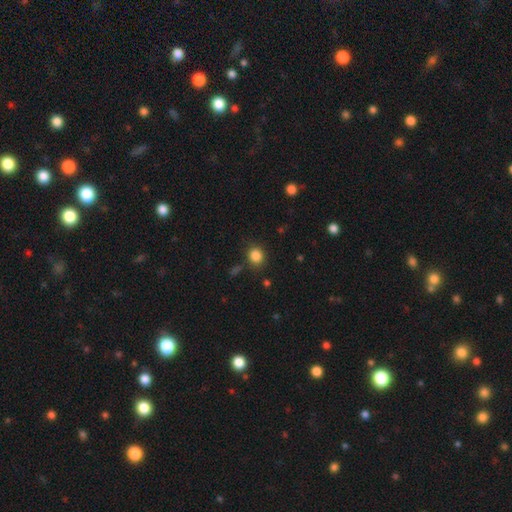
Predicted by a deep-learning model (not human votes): Overall: smooth (85%). How rounded: round (72%). Merging: none (82%).